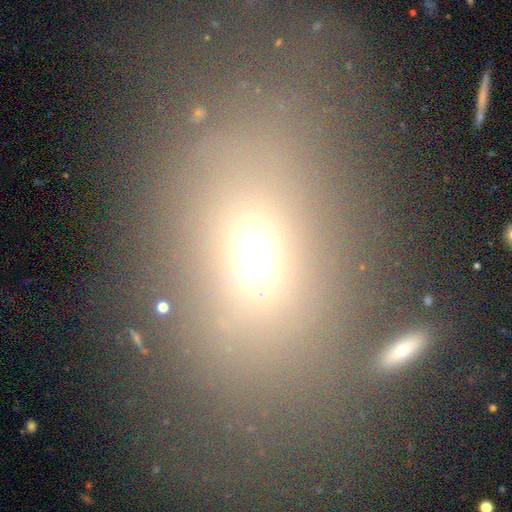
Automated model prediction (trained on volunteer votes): smooth-or-featured: smooth: 63% | star or artifact: 23% | featured or disk: 15%
  how-rounded: in between: 71% | round: 25% | cigar-shaped: 4%
  merging: none: 66% | minor disturbance: 13% | merger: 12% | major disturbance: 9%